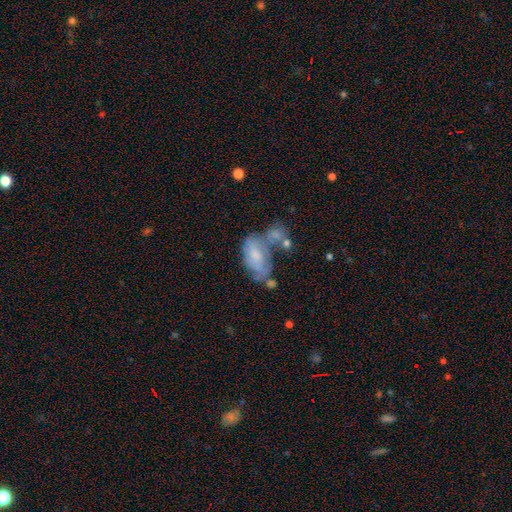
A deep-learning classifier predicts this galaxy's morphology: type=smooth (51%); roundness=in between (91%); merging=merger (32%).